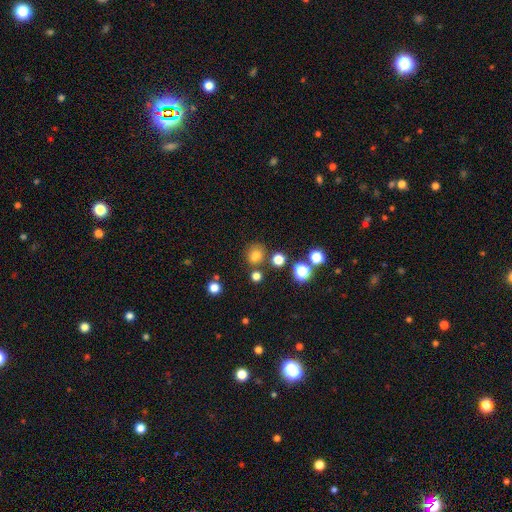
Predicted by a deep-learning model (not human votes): This is likely a smooth galaxy (76%). How rounded: likely round (68%). Merging: likely none (75%).